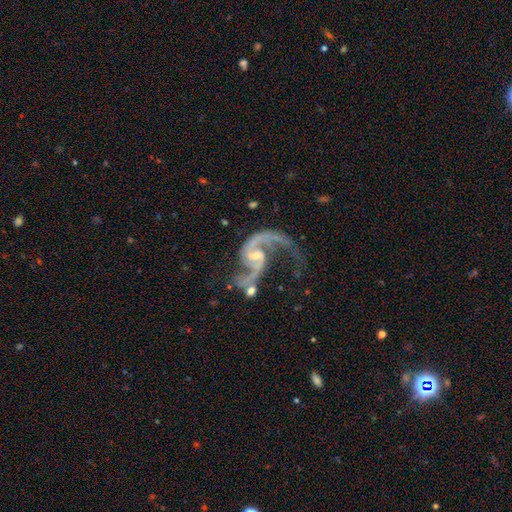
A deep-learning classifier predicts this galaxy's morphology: featured or disk 91%, star or artifact 6%, smooth 3%. Down the decision tree: edge-on disk — no (98%); bar — no (45%); spiral arms — yes (97%); spiral arm count — 2 (89%); spiral winding — loose (62%); bulge size — small (58%); merging — none (46%).